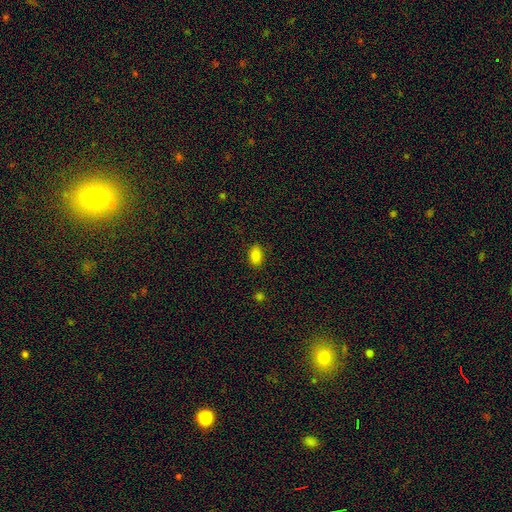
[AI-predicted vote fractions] smooth-or-featured: smooth: 86% | star or artifact: 10% | featured or disk: 4%
  how-rounded: in between: 88% | round: 10% | cigar-shaped: 2%
  merging: none: 86% | minor disturbance: 10% | major disturbance: 3% | merger: 1%